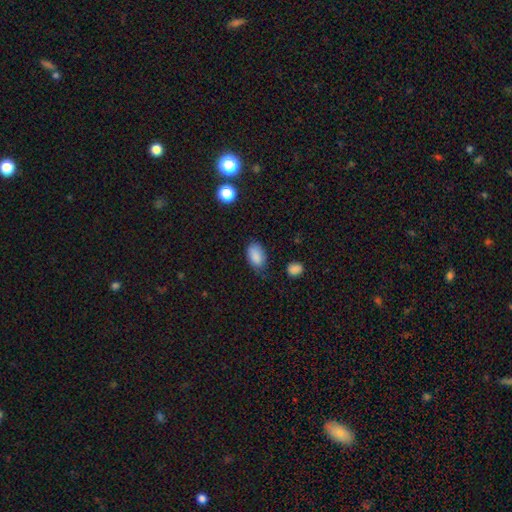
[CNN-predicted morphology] The model was most divided on "merging": none: 71%, minor disturbance: 22%, major disturbance: 5%, merger: 2%. More confident: how rounded — in between (90%); smooth or featured — smooth (87%).